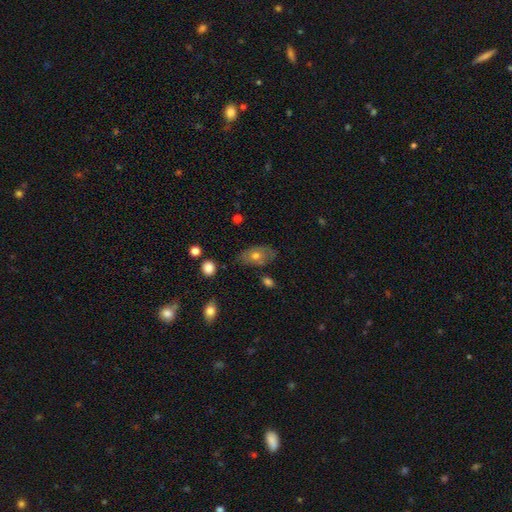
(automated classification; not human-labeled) This is possibly a smooth galaxy (60%). How rounded: clearly in between (86%). Merging: likely none (63%).